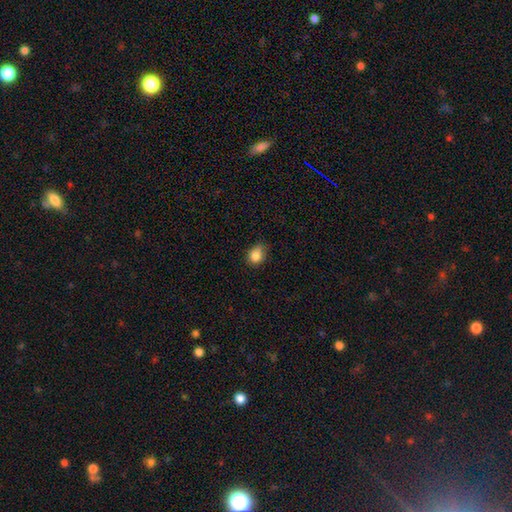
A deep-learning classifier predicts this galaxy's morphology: Smooth or featured: smooth — 84% (star or artifact — 10%)
How rounded: round — 59% (in between — 40%)
Merging: none — 67% (minor disturbance — 27%)